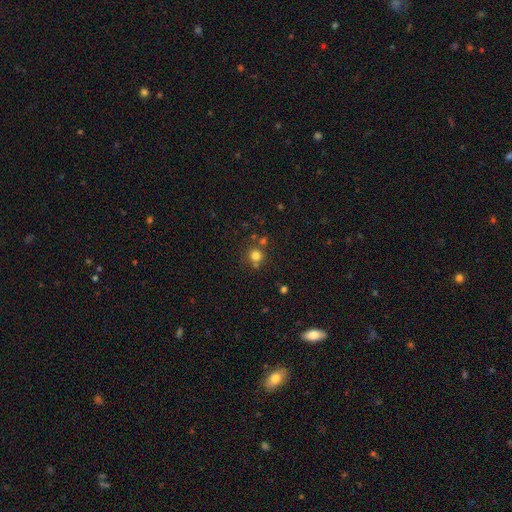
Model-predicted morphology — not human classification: type=smooth (77%); roundness=round (90%); merging=none (67%).